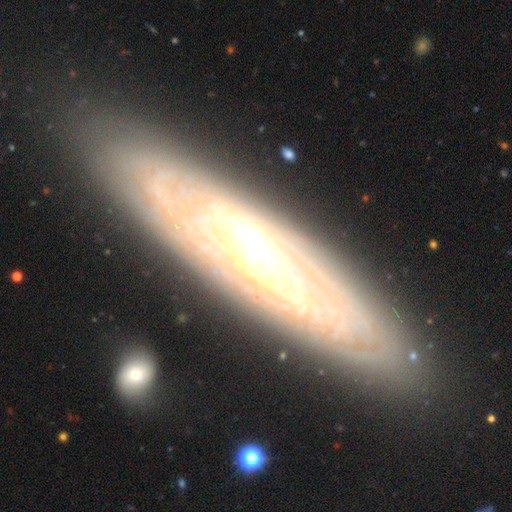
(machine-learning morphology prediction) featured or disk 80%, smooth 13%, star or artifact 7%. Down the decision tree: edge-on disk — no (59%); merging — none (85%).